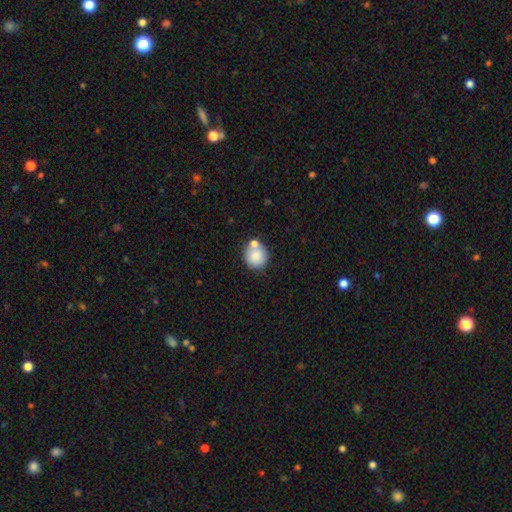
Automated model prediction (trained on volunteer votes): Overall: smooth (82%). How rounded: round (83%). Merging: none (59%; merger 24%).